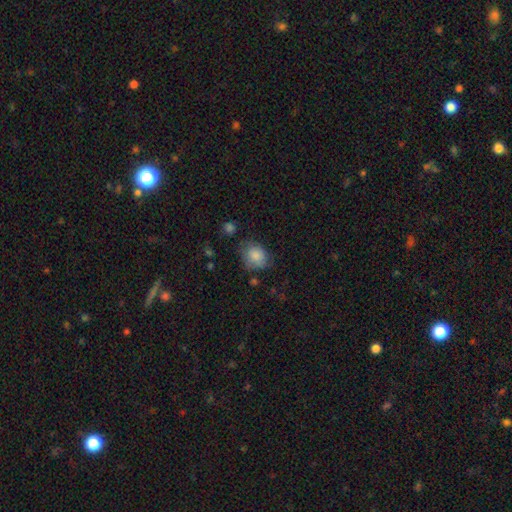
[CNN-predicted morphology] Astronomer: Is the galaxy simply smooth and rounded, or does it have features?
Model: smooth — 83%.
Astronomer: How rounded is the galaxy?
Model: round — 50% (runner-up: in between, 49%).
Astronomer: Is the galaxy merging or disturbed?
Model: none — 60%.